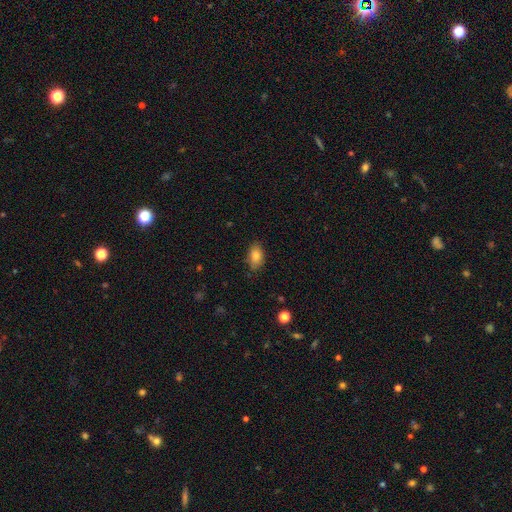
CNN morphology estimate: smooth_or_featured: smooth (p=0.82) [alt: featured or disk p=0.09]
how_rounded: in between (p=0.89) [alt: round p=0.08]
merging: none (p=0.81) [alt: minor disturbance p=0.15]